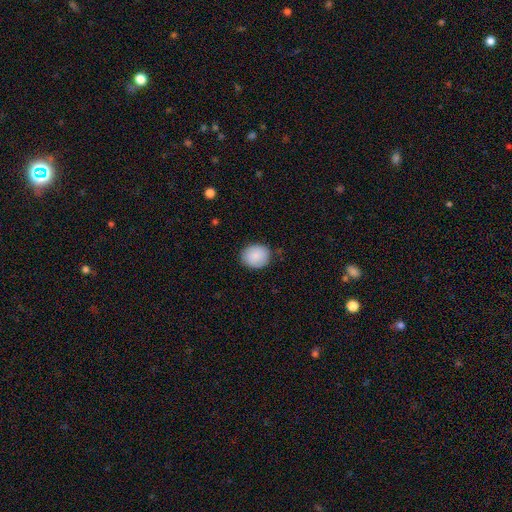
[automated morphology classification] Smooth or featured? Predicted: smooth (p=0.88). How rounded? Predicted: round (p=0.64). Merging? Predicted: none (p=0.85).